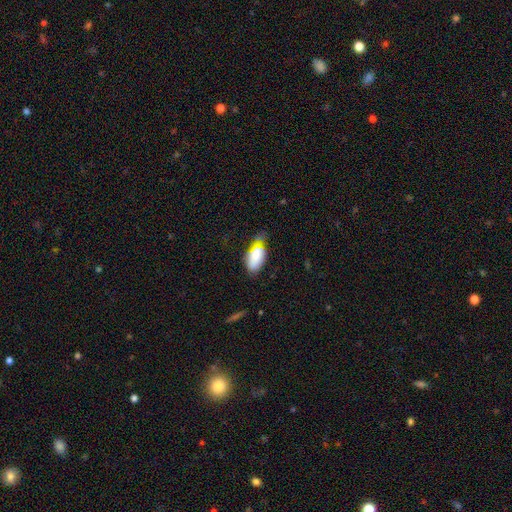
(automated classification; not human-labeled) smooth-or-featured: smooth: 81% | featured or disk: 11% | star or artifact: 8%
  how-rounded: in between: 92% | cigar-shaped: 5% | round: 3%
  merging: none: 41% | minor disturbance: 38% | major disturbance: 15% | merger: 6%